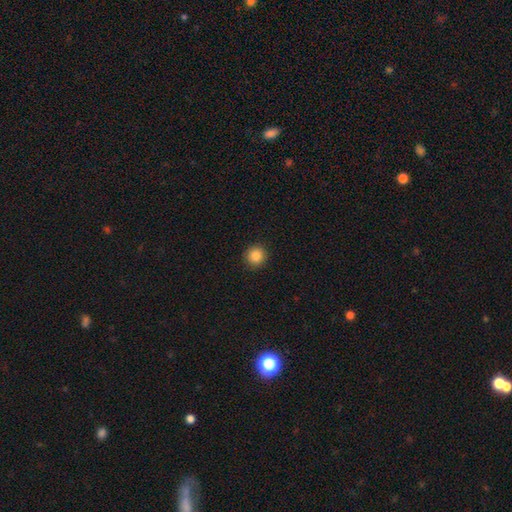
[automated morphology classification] smooth 87%, star or artifact 10%, featured or disk 4%. Down the decision tree: how rounded — round (94%); merging — none (92%).